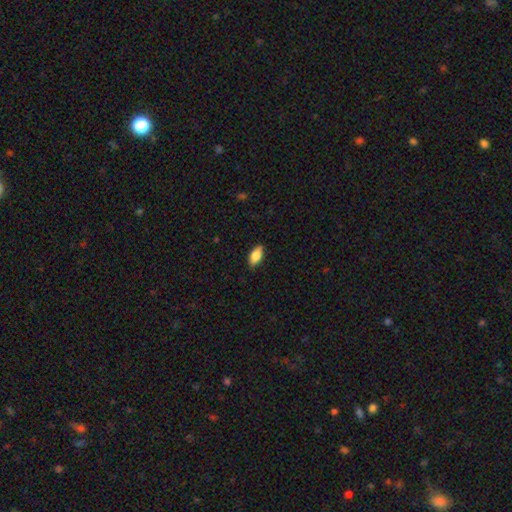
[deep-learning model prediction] A smooth galaxy with no disk features (81%) that is in between round and cigar-shaped (87%). Merging: none (87%).